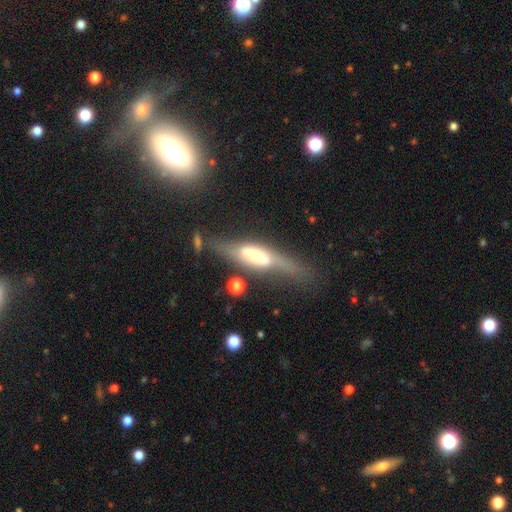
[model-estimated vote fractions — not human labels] This appears to be a featured or disk galaxy (62%) viewed edge-on (69%). Merging: none (51%).